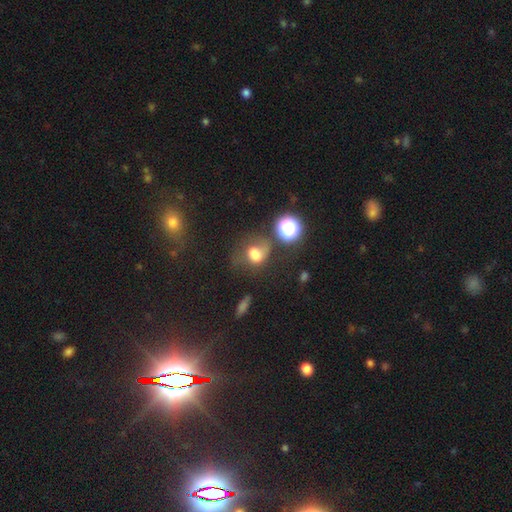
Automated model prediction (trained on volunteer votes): Q: Smooth or featured?
A: smooth (60%); runner-up: featured or disk (20%)
Q: How rounded?
A: in between (53%); runner-up: round (45%)
Q: Merging?
A: none (33%); runner-up: major disturbance (28%)